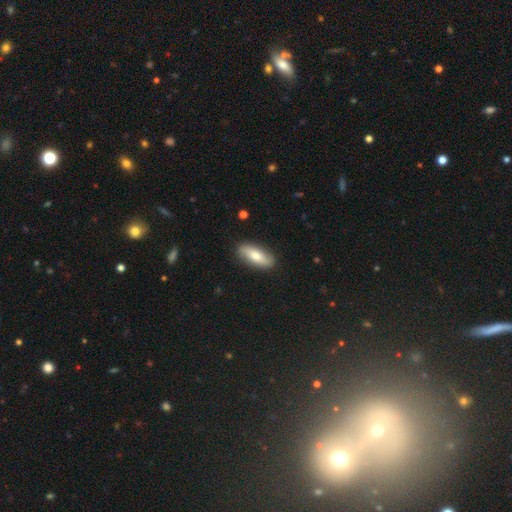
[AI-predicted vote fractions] A smooth galaxy with no disk features (63%) that is in between round and cigar-shaped (72%). Merging: none (87%).